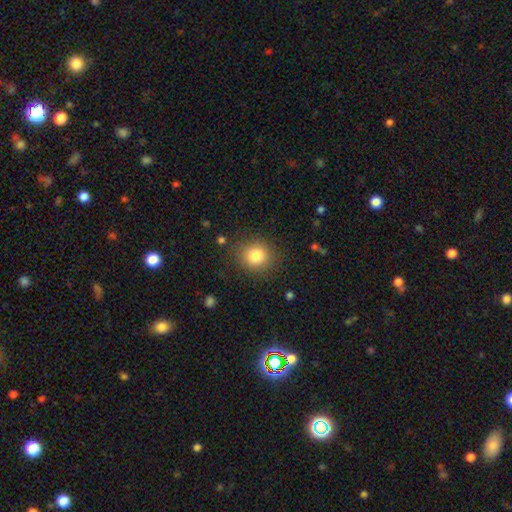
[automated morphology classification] A smooth galaxy with no disk features (82%) that is round (84%). Merging: none (85%).